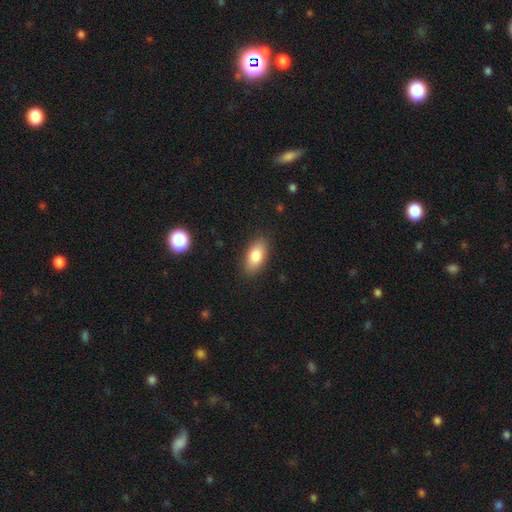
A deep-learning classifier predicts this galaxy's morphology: This appears to be a smooth galaxy with no disk features (82%) that is in between round and cigar-shaped (88%). Merging: none (87%).